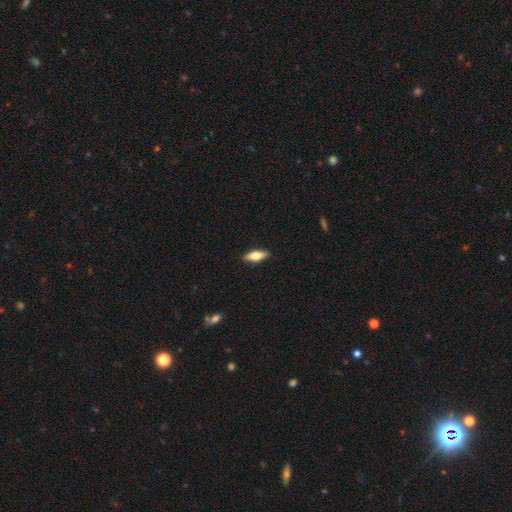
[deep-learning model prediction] Overall: smooth (67%; featured or disk 27%). How rounded: in between (66%; cigar-shaped 32%). Merging: none (89%).